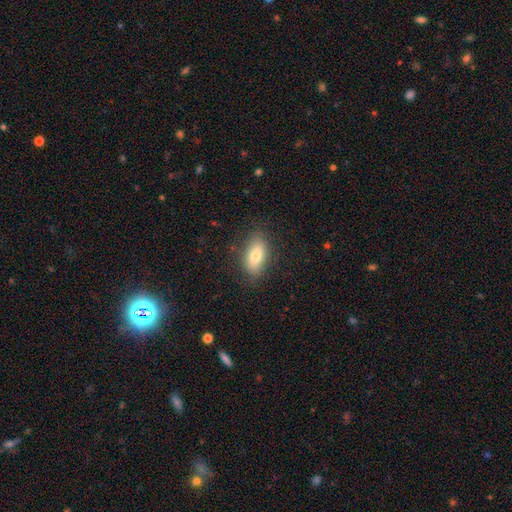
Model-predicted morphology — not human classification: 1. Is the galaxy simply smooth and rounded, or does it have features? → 76% smooth, 16% featured or disk, 8% star or artifact.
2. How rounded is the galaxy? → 85% in between, 11% cigar-shaped, 4% round.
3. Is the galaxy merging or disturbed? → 83% none, 12% minor disturbance, 4% major disturbance, 1% merger.